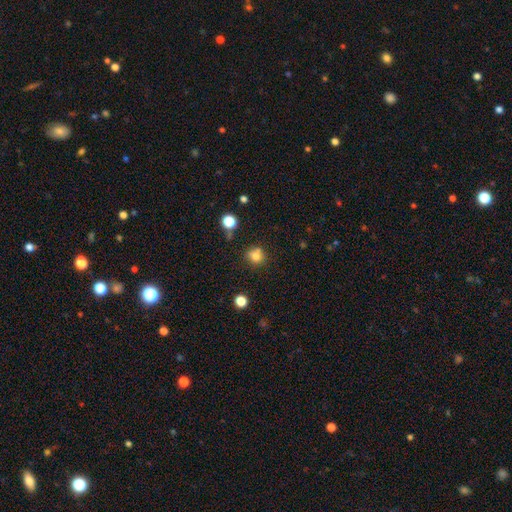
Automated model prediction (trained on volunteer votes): Smooth or featured: smooth — 76% (star or artifact — 14%)
How rounded: round — 82% (in between — 17%)
Merging: none — 61% (merger — 20%)